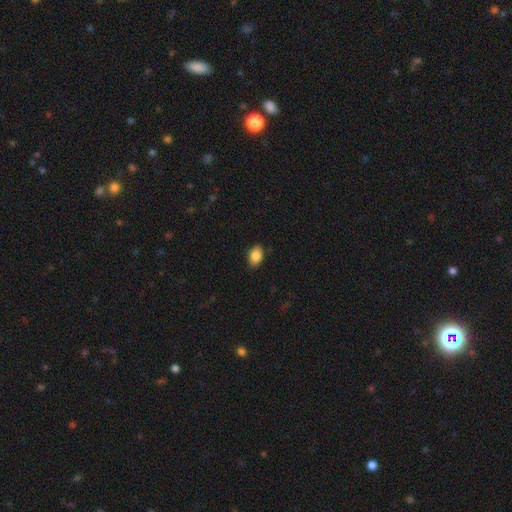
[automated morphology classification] This appears to be a smooth galaxy with no disk features (86%) that is in between round and cigar-shaped (88%). Merging: none (86%).